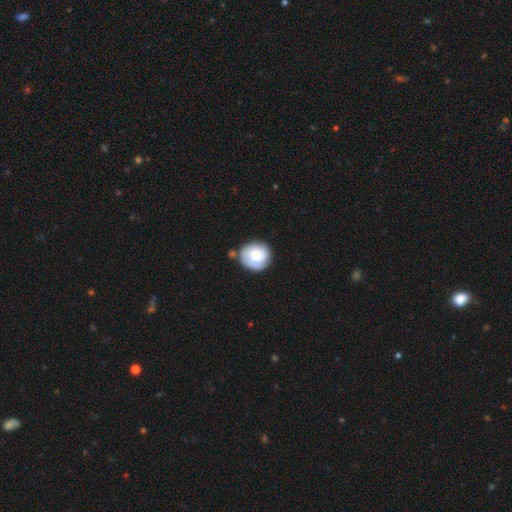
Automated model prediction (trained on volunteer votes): A smooth galaxy with no disk features (72%) that is round (82%). Merging: none (66%).